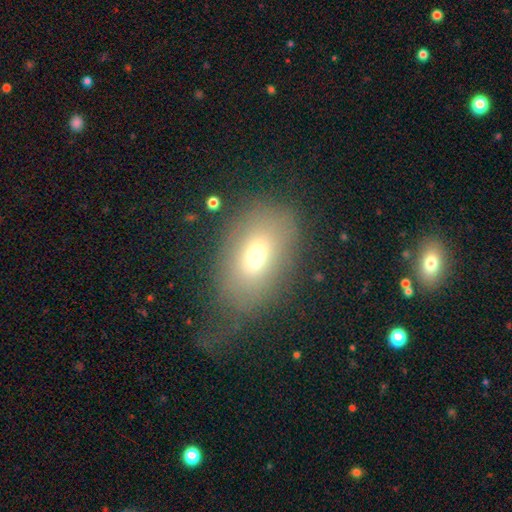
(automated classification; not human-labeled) A smooth galaxy with no disk features (66%) that is in between round and cigar-shaped (82%).

Vote fractions:
- Smooth or featured? smooth: 66% / featured or disk: 20% / star or artifact: 13%
- How rounded? in between: 82% / round: 16% / cigar-shaped: 2%
- Merging? none: 48% / minor disturbance: 26% / major disturbance: 23% / merger: 3%